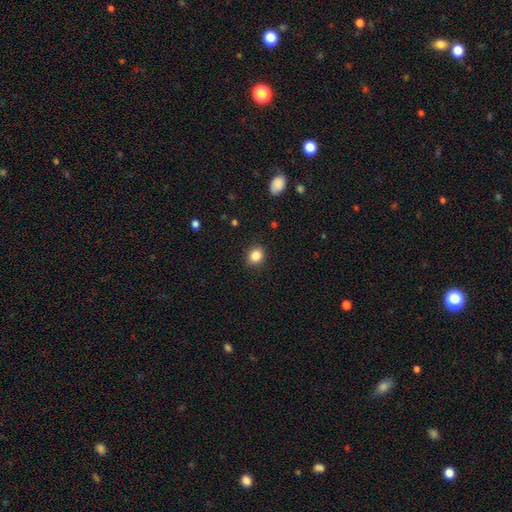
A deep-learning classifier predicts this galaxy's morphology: smooth_or_featured: smooth (p=0.86) [alt: star or artifact p=0.10]
how_rounded: round (p=0.68) [alt: in between p=0.31]
merging: none (p=0.90) [alt: minor disturbance p=0.07]